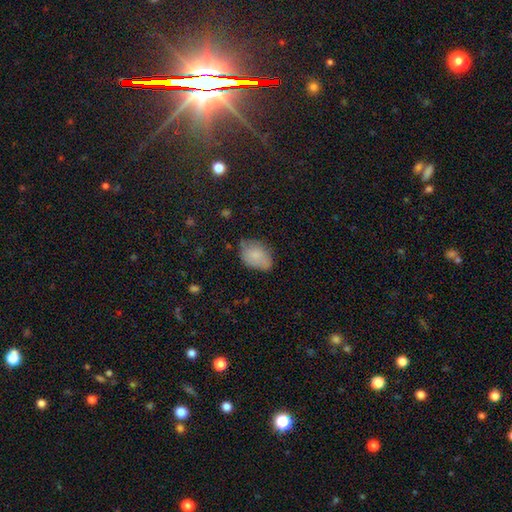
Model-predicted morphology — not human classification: smooth_or_featured: smooth (p=0.81) [alt: featured or disk p=0.11]
how_rounded: in between (p=0.85) [alt: round p=0.13]
merging: none (p=0.61) [alt: minor disturbance p=0.30]